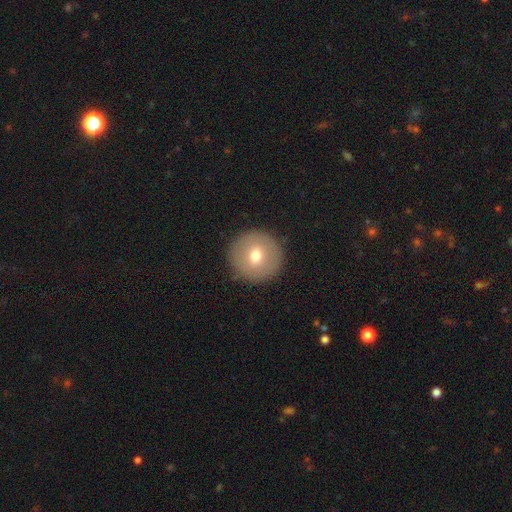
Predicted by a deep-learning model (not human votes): This is likely a smooth galaxy (67%). How rounded: clearly round (96%). Merging: clearly none (90%).